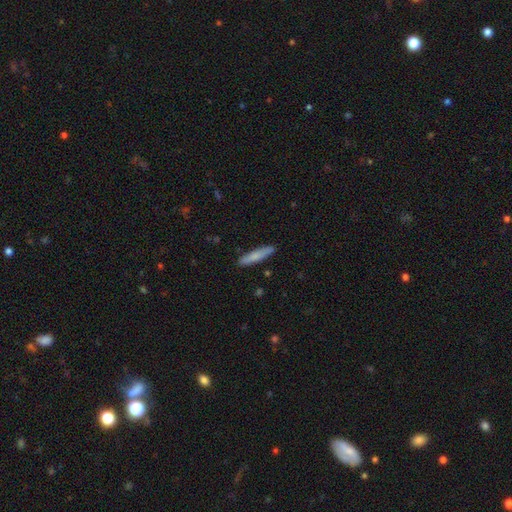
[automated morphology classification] This appears to be a smooth galaxy with no disk features (76%) that is cigar-shaped (90%). Merging: none (89%).